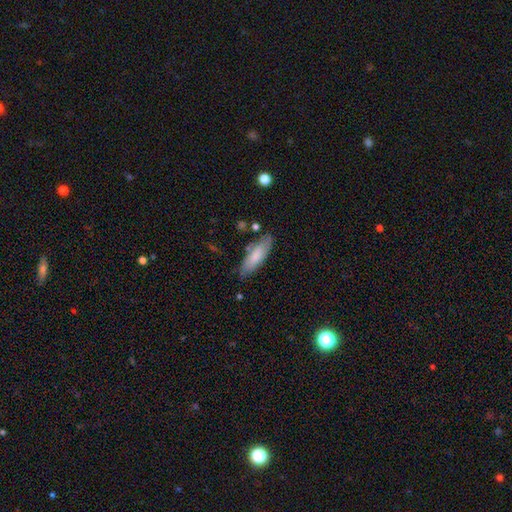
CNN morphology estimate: This is likely a smooth galaxy (78%). How rounded: possibly in between (57%). Merging: likely none (74%).